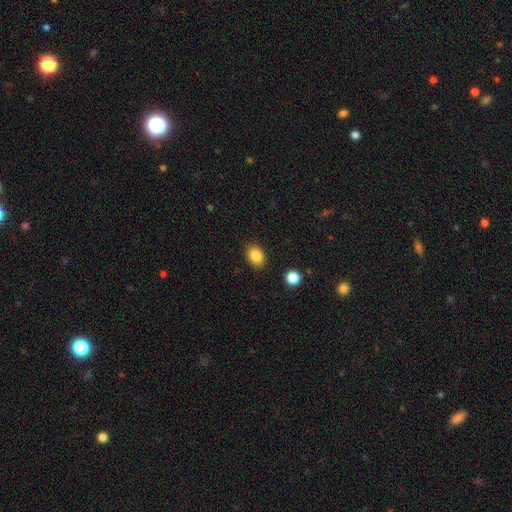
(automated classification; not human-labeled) Smooth or featured? smooth (85%)
How rounded? in between (72%)
Merging? none (88%)